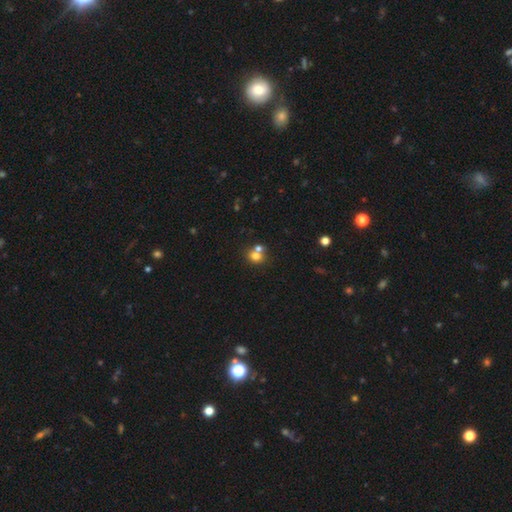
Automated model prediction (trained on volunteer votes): A smooth galaxy with no disk features (73%) that is round (63%).

Vote fractions:
- Smooth or featured? smooth: 73% / star or artifact: 14% / featured or disk: 13%
- How rounded? round: 63% / in between: 36% / cigar-shaped: 1%
- Merging? merger: 47% / none: 42% / minor disturbance: 8% / major disturbance: 3%